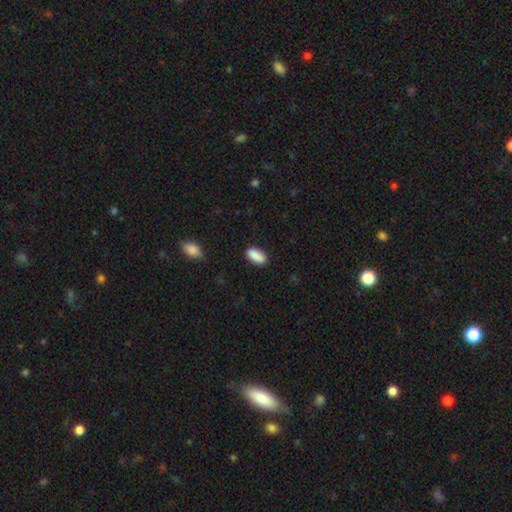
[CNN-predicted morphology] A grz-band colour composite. It shows a smooth galaxy with no disk features (90%) that is in between round and cigar-shaped (86%). Merging: none (86%).